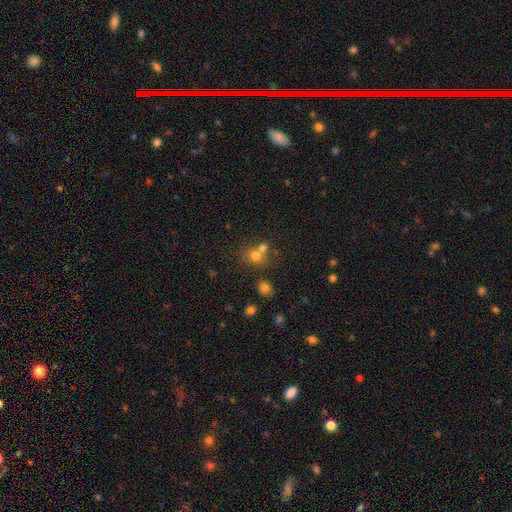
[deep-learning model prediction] Smooth or featured? Predicted: smooth (p=0.69). How rounded? Predicted: round (p=0.69). Merging? Predicted: merger (p=0.49).